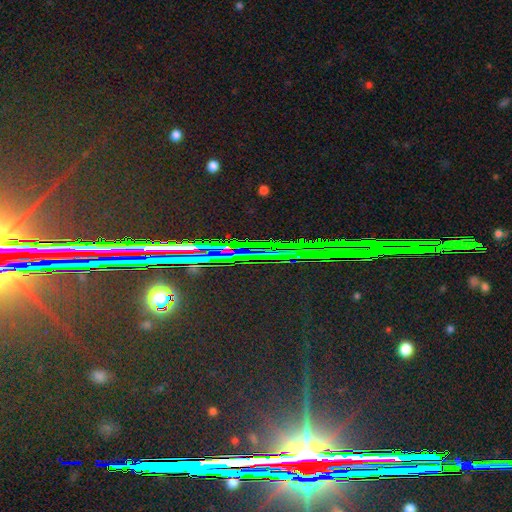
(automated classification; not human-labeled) The model was most divided on "smooth or featured": star or artifact: 86%, featured or disk: 8%, smooth: 7%.